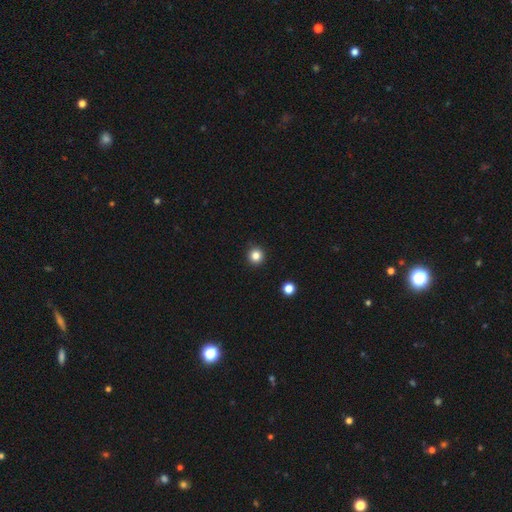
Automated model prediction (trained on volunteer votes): Overall: smooth (83%). How rounded: round (95%). Merging: none (93%).